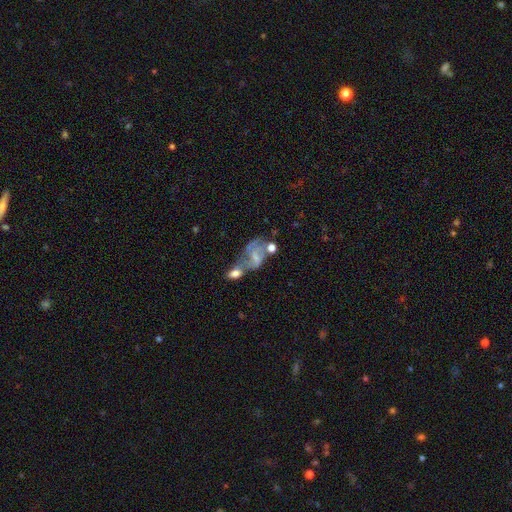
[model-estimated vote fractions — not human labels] smooth-or-featured: featured or disk: 54% | smooth: 34% | star or artifact: 12%
  disk-edge-on: no: 96% | yes: 4%
    bar: no: 50% | weak: 37% | strong: 13%
    has-spiral-arms: yes: 52% | no: 48%
    bulge-size: small: 38% | none: 36% | moderate: 21% | large: 4% | dominant: 2%
  merging: merger: 44% | major disturbance: 22% | none: 19% | minor disturbance: 15%